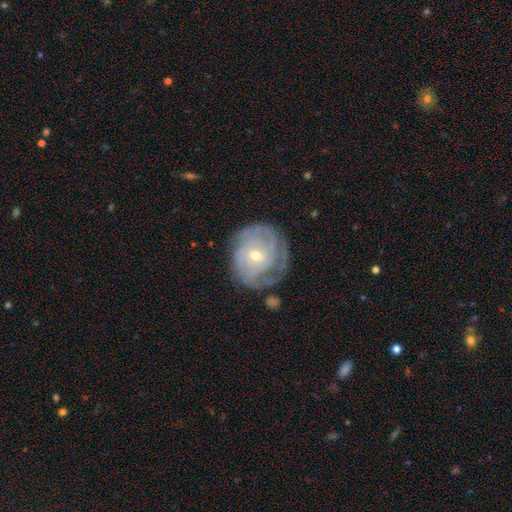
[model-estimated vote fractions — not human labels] smooth_or_featured: featured or disk (p=0.81) [alt: smooth p=0.13]
disk_edge_on: no (p=0.97) [alt: yes p=0.03]
bar: no (p=0.70) [alt: weak p=0.25]
has_spiral_arms: yes (p=0.92) [alt: no p=0.08]
spiral_winding: tight (p=0.73) [alt: medium p=0.21]
spiral_arm_count: can't tell (p=0.39) [alt: 3 p=0.20]
bulge_size: small (p=0.62) [alt: moderate p=0.35]
merging: none (p=0.68) [alt: minor disturbance p=0.20]